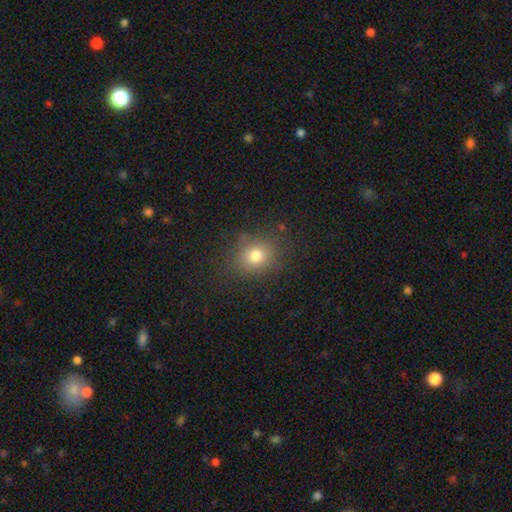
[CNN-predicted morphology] A smooth galaxy with no disk features (75%) that is round (67%).

Vote fractions:
- Smooth or featured? smooth: 75% / star or artifact: 16% / featured or disk: 10%
- How rounded? round: 67% / in between: 32% / cigar-shaped: 1%
- Merging? none: 81% / minor disturbance: 13% / major disturbance: 5% / merger: 2%